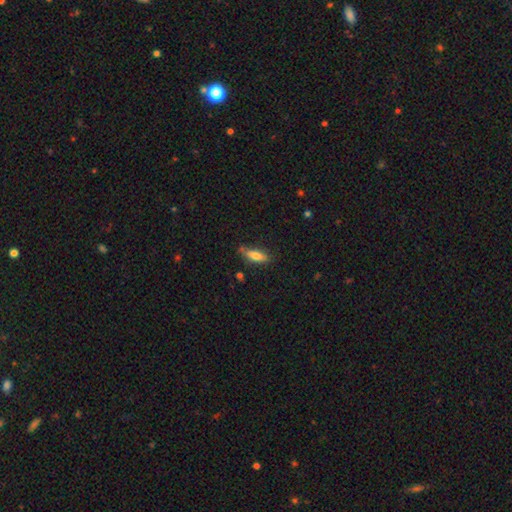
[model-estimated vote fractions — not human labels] Smooth or featured: smooth — 73% (featured or disk — 20%)
How rounded: in between — 58% (cigar-shaped — 40%)
Merging: none — 71% (minor disturbance — 21%)